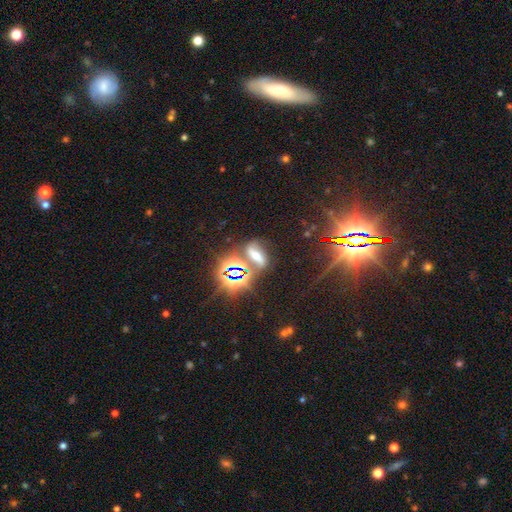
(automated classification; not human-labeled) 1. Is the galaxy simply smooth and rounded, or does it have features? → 47% star or artifact, 29% featured or disk, 24% smooth.